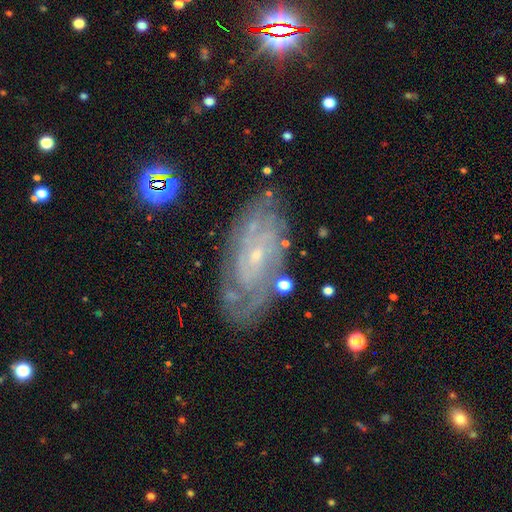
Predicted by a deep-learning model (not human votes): Q: Smooth or featured?
A: featured or disk (82%); runner-up: smooth (10%)
Q: Edge-on disk?
A: no (93%); runner-up: yes (7%)
Q: Bar?
A: no (68%); runner-up: weak (26%)
Q: Spiral arms?
A: yes (93%); runner-up: no (7%)
Q: Spiral winding?
A: tight (73%); runner-up: medium (21%)
Q: Spiral arm count?
A: can't tell (47%); runner-up: 2 (16%)
Q: Bulge size?
A: small (84%); runner-up: moderate (11%)
Q: Merging?
A: none (77%); runner-up: minor disturbance (16%)